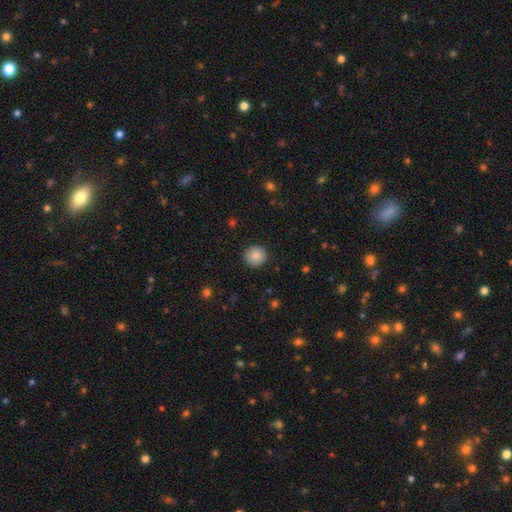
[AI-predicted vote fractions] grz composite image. It shows a smooth galaxy with no disk features (87%) that is round (94%). Merging: none (92%).